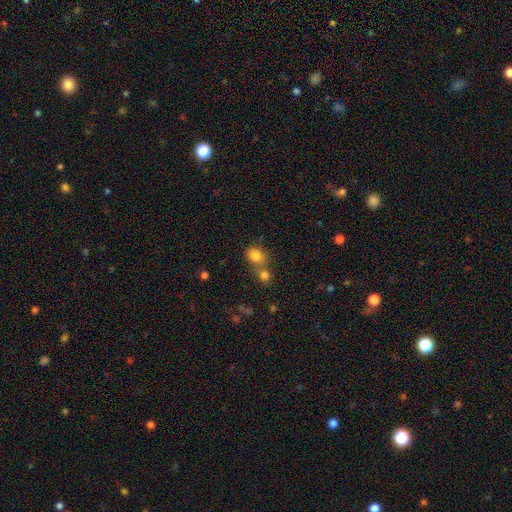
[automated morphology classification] Overall: smooth (82%). How rounded: round (52%; in between 46%). Merging: none (45%; merger 40%).